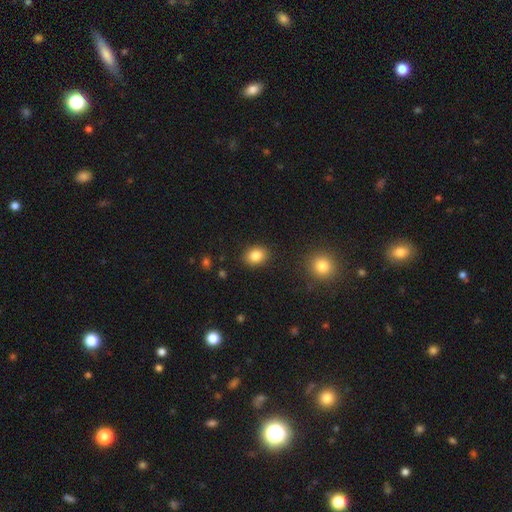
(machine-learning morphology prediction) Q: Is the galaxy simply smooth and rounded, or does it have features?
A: smooth — 84%.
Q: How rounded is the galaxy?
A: in between — 54%.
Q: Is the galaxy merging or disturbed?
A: none — 89%.